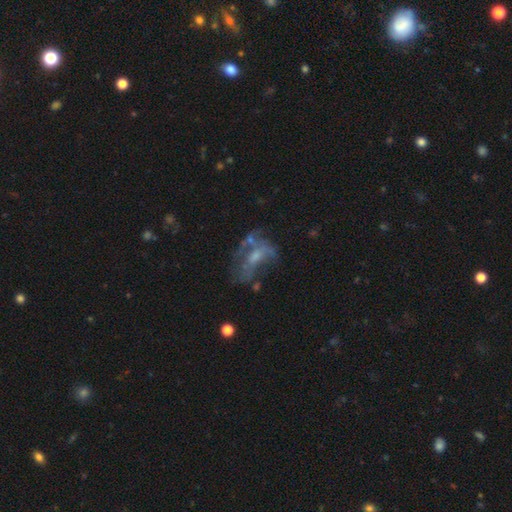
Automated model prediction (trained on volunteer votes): smooth-or-featured: featured or disk: 62% | smooth: 24% | star or artifact: 14%
  disk-edge-on: no: 95% | yes: 5%
    bar: no: 63% | weak: 29% | strong: 8%
    has-spiral-arms: no: 62% | yes: 38%
    bulge-size: small: 41% | moderate: 33% | none: 21% | large: 3% | dominant: 1%
  merging: major disturbance: 36% | none: 34% | minor disturbance: 18% | merger: 12%